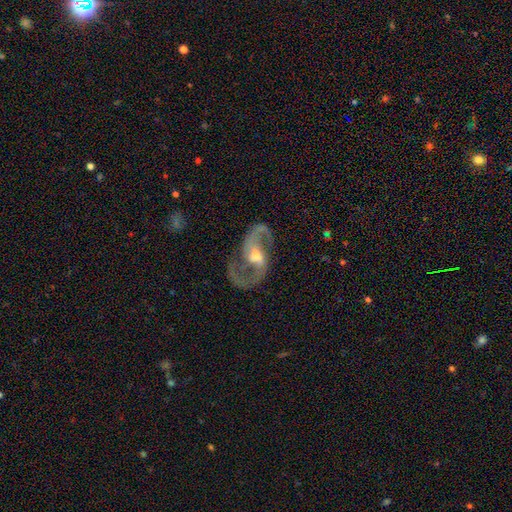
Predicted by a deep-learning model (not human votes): A featured or disk galaxy (91%) with a weak bar (50%), 2 (93%) medium (55%) spiral arms (97%) and a moderate central bulge (59%).

Vote fractions:
- Smooth or featured? featured or disk: 91% / smooth: 4% / star or artifact: 4%
- Edge-on disk? no: 97% / yes: 3%
- Bar? weak: 50% / no: 26% / strong: 24%
- Spiral arms? yes: 97% / no: 3%
- Spiral winding? medium: 55% / loose: 34% / tight: 11%
- Spiral arm count? 2: 93% / can't tell: 2% / 1: 1% / 3: 1% / 4: 1% / more than 4: 1%
- Bulge size? moderate: 59% / small: 20% / large: 15% / none: 5% / dominant: 1%
- Merging? none: 76% / minor disturbance: 14% / major disturbance: 8% / merger: 2%